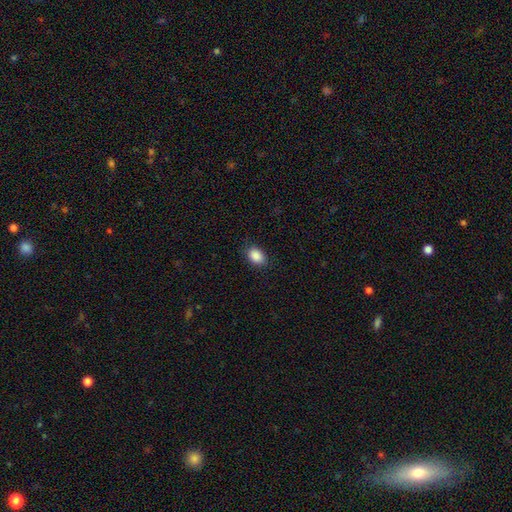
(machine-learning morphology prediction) Overall: smooth (88%). How rounded: in between (73%). Merging: none (84%).